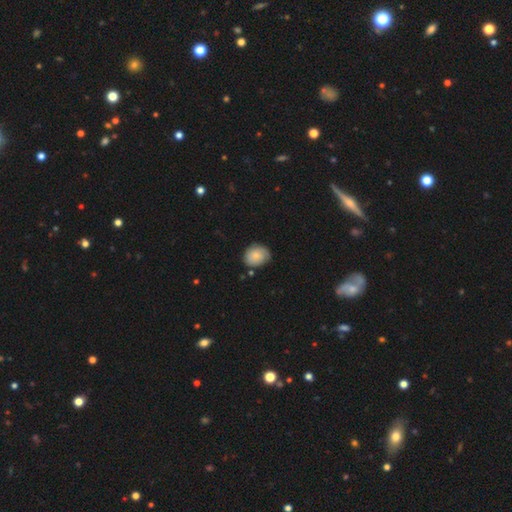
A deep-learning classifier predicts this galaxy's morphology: smooth_or_featured: smooth (p=0.79) [alt: featured or disk p=0.14]
how_rounded: round (p=0.56) [alt: in between p=0.43]
merging: none (p=0.72) [alt: minor disturbance p=0.22]